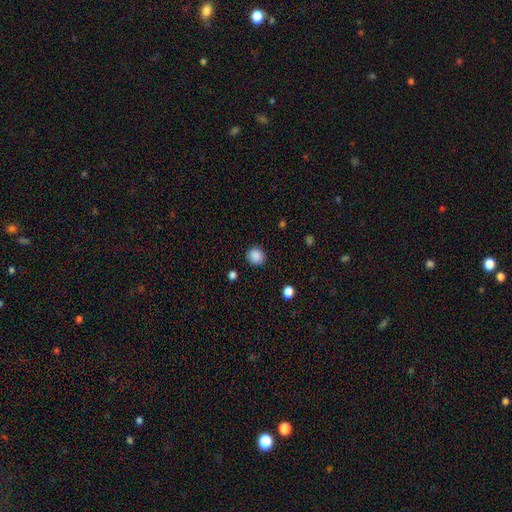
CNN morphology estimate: Smooth or featured: smooth — 88% (star or artifact — 9%)
How rounded: round — 82% (in between — 17%)
Merging: none — 88% (minor disturbance — 8%)